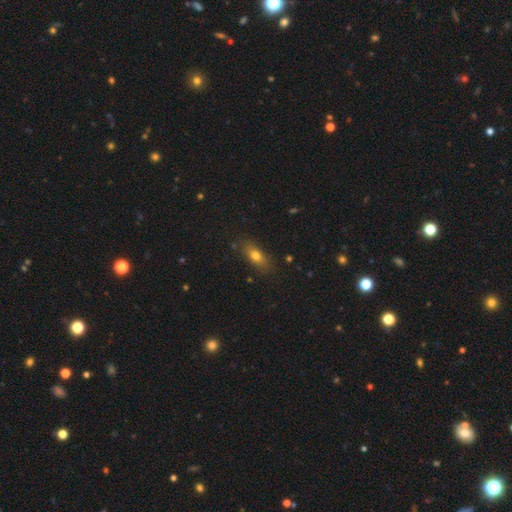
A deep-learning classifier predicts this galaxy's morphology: Smooth or featured? Predicted: smooth (p=0.74). How rounded? Predicted: in between (p=0.74). Merging? Predicted: none (p=0.80).